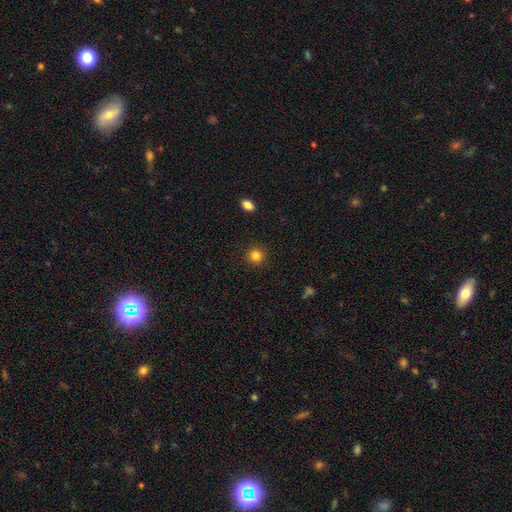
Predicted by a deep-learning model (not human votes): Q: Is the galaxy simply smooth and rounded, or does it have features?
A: smooth — 84%.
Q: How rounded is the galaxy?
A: round — 93%.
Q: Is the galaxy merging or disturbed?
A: none — 92%.